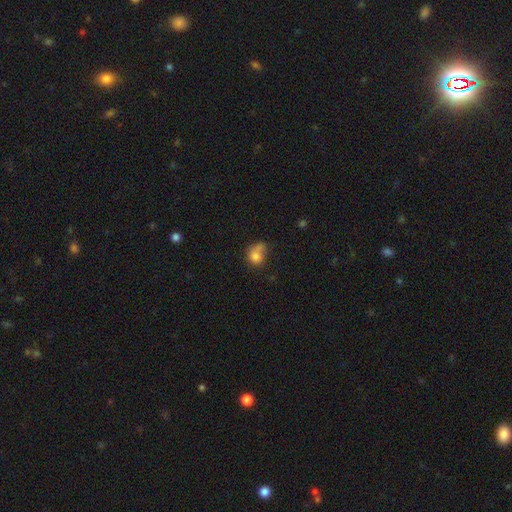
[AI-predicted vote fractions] smooth_or_featured: smooth (p=0.76) [alt: featured or disk p=0.13]
how_rounded: round (p=0.60) [alt: in between p=0.39]
merging: none (p=0.32) [alt: merger p=0.30]